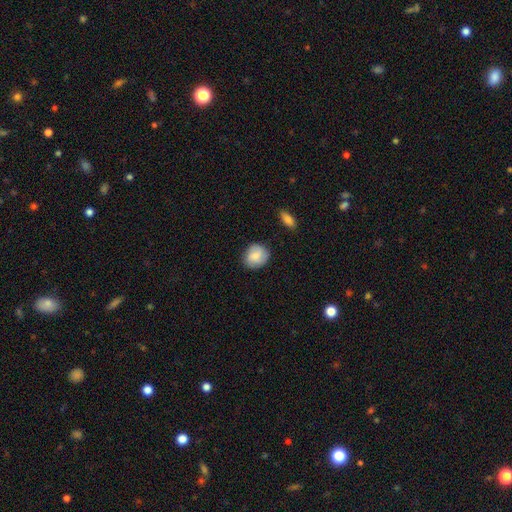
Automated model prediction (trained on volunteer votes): This is likely a smooth galaxy (75%). How rounded: likely round (79%). Merging: clearly none (81%).